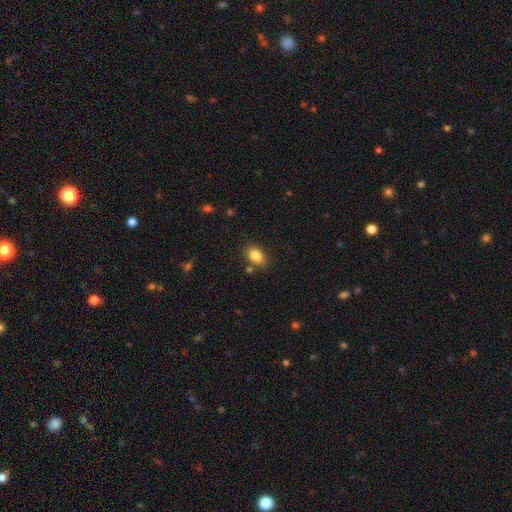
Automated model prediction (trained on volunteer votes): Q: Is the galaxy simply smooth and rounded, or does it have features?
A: smooth — 84%.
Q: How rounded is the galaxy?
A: in between — 82%.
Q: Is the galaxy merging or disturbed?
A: none — 79%.